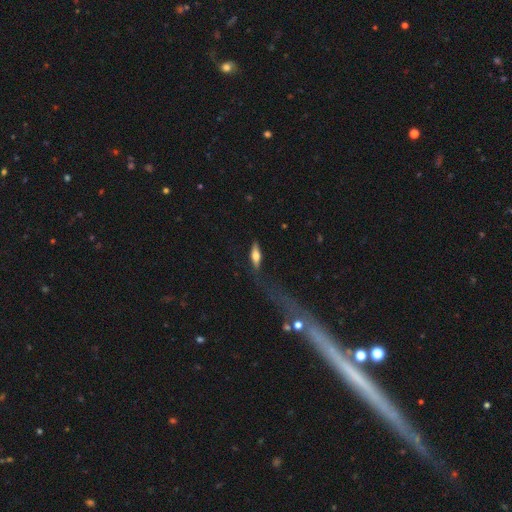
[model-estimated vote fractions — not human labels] This is possibly a smooth galaxy (54%). How rounded: possibly in between (53%). Merging: likely none (68%).